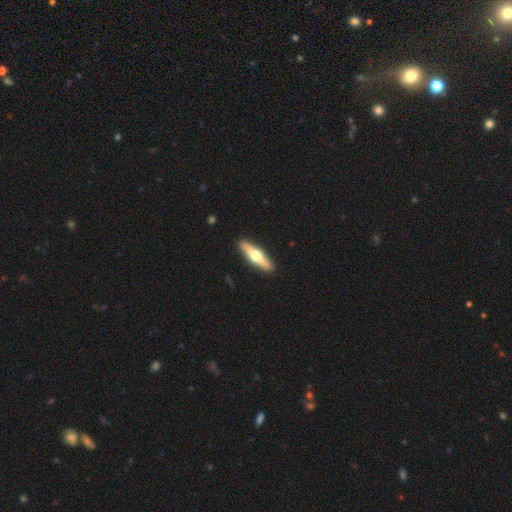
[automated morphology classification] smooth-or-featured: featured or disk: 50% | smooth: 46% | star or artifact: 5%
  merging: none: 91% | minor disturbance: 6% | major disturbance: 1% | merger: 1%